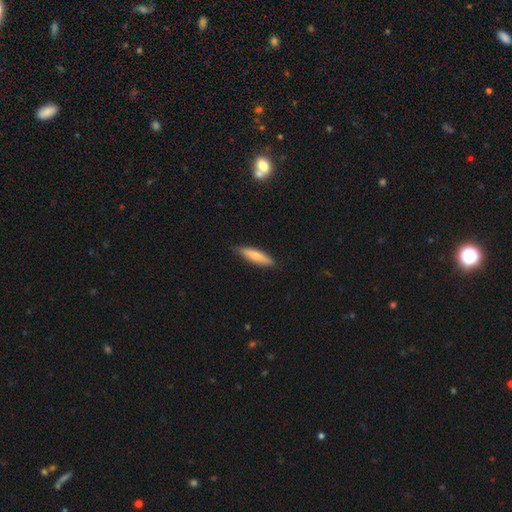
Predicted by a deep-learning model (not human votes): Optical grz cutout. It shows a smooth galaxy with no disk features (71%) that is cigar-shaped (78%). Merging: none (85%).